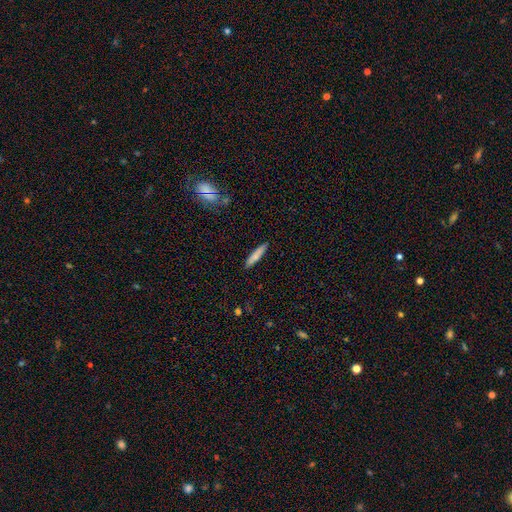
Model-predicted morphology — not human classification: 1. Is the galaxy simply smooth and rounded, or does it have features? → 75% smooth, 18% featured or disk, 6% star or artifact.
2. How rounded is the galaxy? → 88% cigar-shaped, 11% in between, 1% round.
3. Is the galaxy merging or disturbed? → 89% none, 8% minor disturbance, 2% major disturbance, 1% merger.